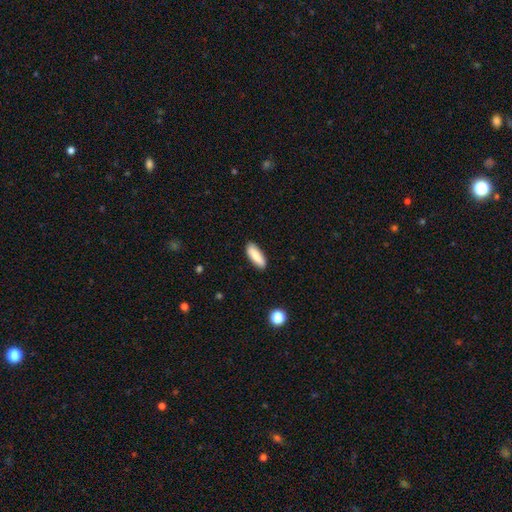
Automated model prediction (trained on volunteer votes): smooth_or_featured: smooth (p=0.84) [alt: featured or disk p=0.10]
how_rounded: in between (p=0.61) [alt: cigar-shaped p=0.37]
merging: none (p=0.88) [alt: minor disturbance p=0.09]